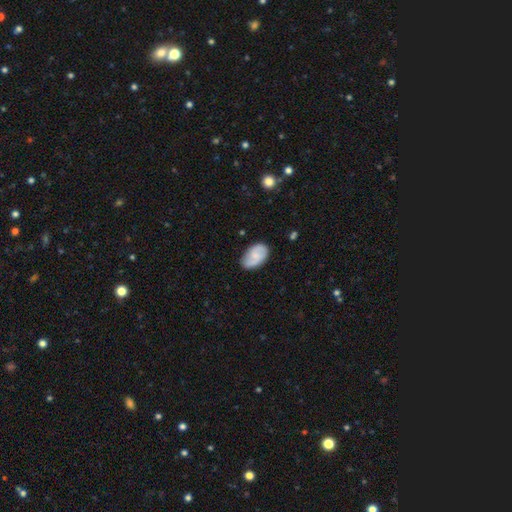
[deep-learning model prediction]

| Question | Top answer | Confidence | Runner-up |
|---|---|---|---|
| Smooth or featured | smooth | 51% | featured or disk (42%) |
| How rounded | in between | 91% | round (8%) |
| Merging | none | 71% | minor disturbance (22%) |